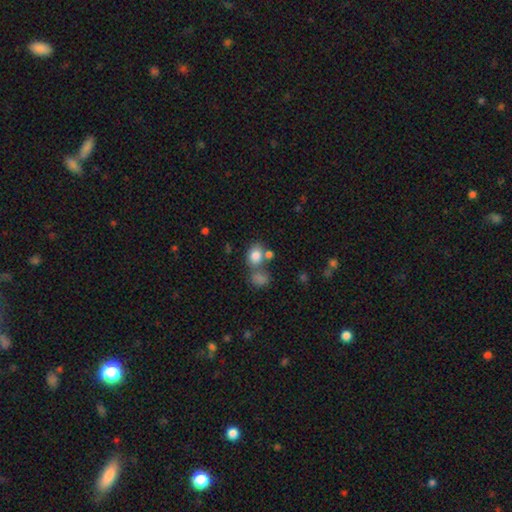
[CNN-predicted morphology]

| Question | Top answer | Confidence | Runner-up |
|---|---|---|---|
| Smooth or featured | smooth | 80% | star or artifact (10%) |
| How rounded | in between | 55% | round (44%) |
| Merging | none | 49% | merger (32%) |